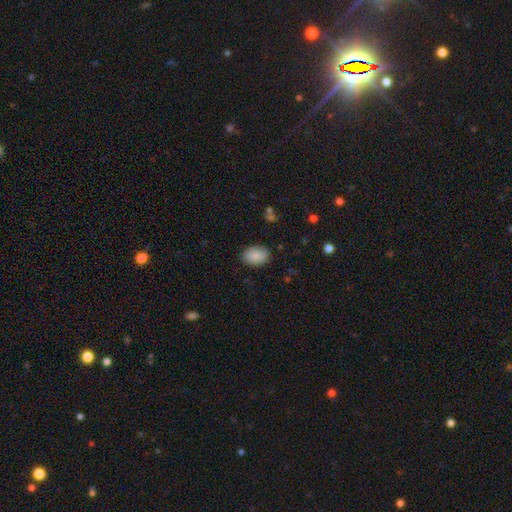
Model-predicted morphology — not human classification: type=smooth (88%); roundness=in between (83%); merging=none (86%).